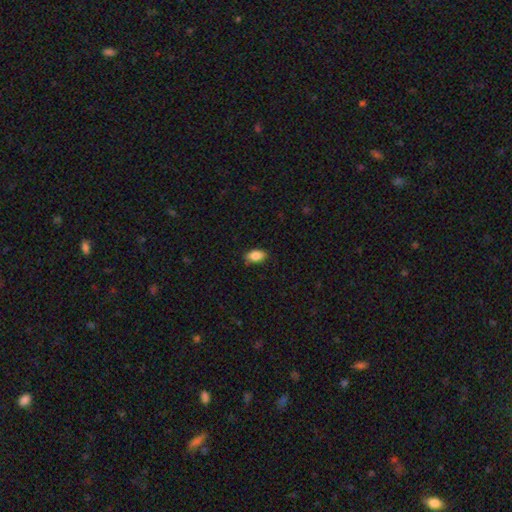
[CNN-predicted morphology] Smooth or featured? smooth (86%)
How rounded? in between (91%)
Merging? none (84%)